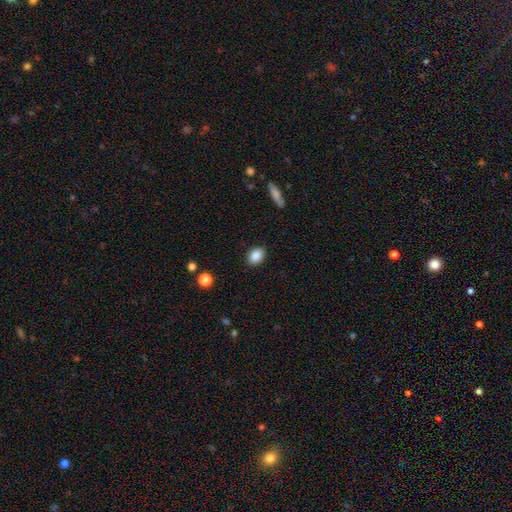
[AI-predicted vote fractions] This is clearly a smooth galaxy (86%). How rounded: likely in between (70%). Merging: clearly none (87%).